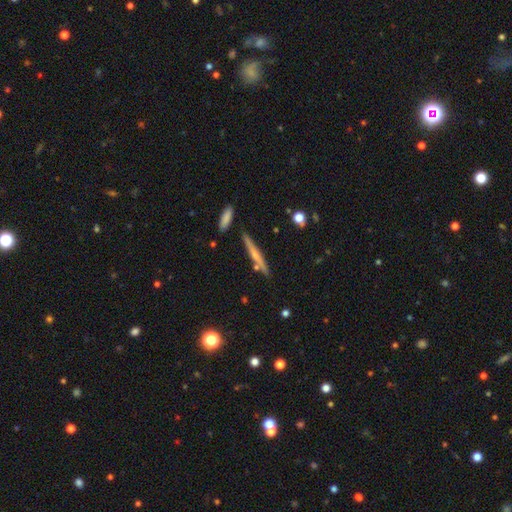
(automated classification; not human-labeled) Q: Smooth or featured?
A: featured or disk (50%); runner-up: smooth (43%)
Q: Merging?
A: none (82%); runner-up: minor disturbance (10%)